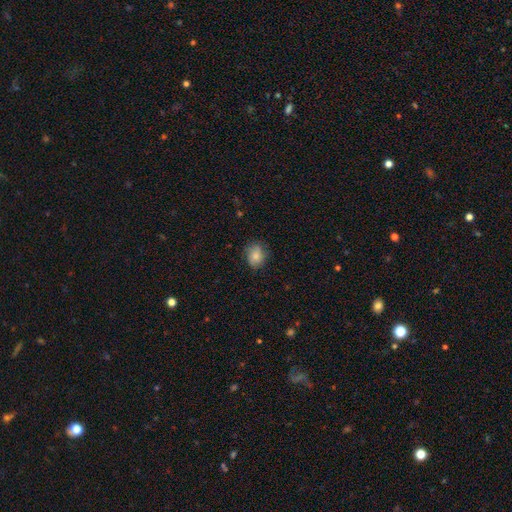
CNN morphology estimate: smooth_or_featured: smooth (p=0.80) [alt: featured or disk p=0.12]
how_rounded: in between (p=0.52) [alt: round p=0.47]
merging: none (p=0.74) [alt: minor disturbance p=0.20]